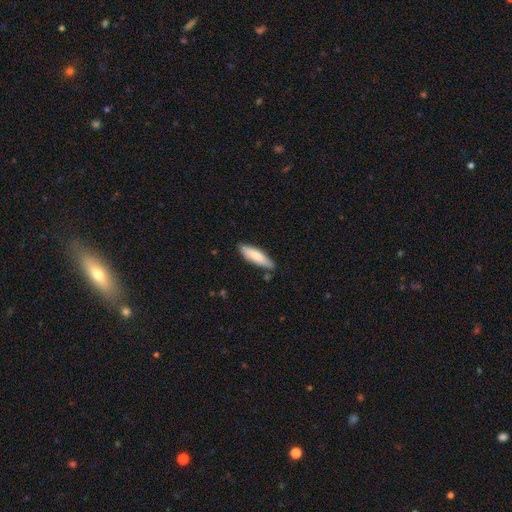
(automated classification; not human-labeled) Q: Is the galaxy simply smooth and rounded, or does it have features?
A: smooth — 78%.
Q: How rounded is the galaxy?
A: cigar-shaped — 58%.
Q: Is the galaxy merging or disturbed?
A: none — 80%.